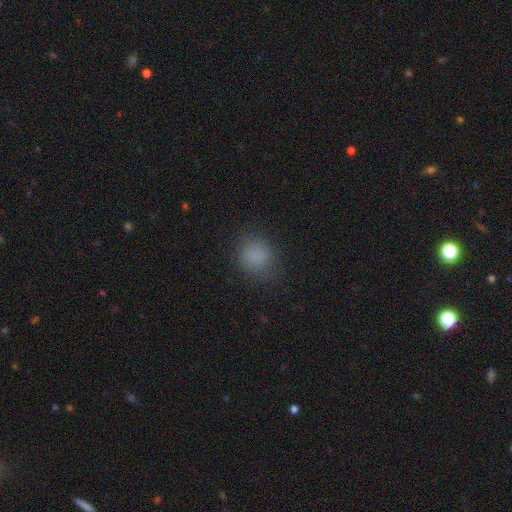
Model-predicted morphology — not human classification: Smooth or featured? smooth (83%)
How rounded? round (78%)
Merging? none (82%)